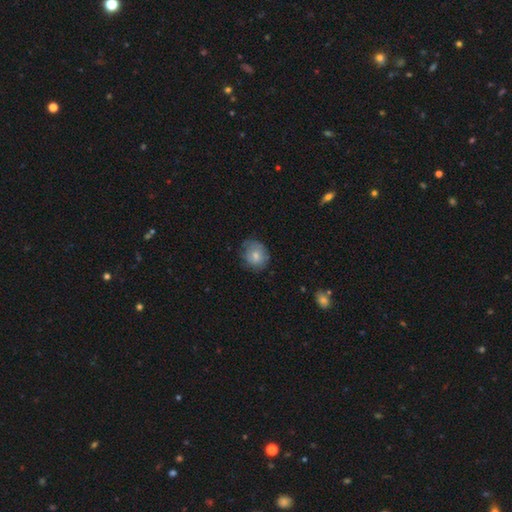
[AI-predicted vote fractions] Smooth or featured?
  - smooth: 74% *
  - featured or disk: 18%
  - star or artifact: 8%
How rounded?
  - round: 70% *
  - in between: 29%
  - cigar-shaped: 1%
Merging?
  - none: 67% *
  - minor disturbance: 25%
  - major disturbance: 7%
  - merger: 1%